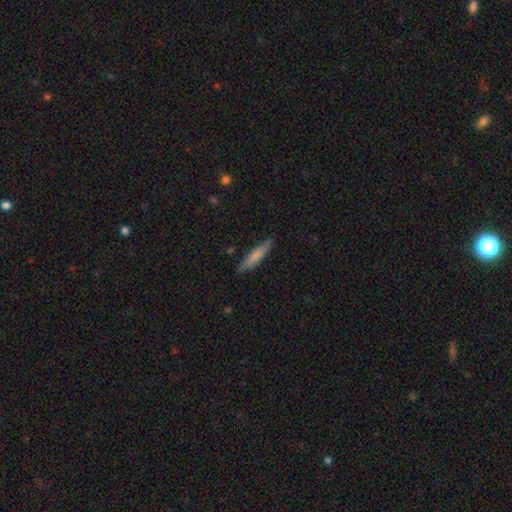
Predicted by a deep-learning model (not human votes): Smooth or featured?
  - smooth: 70% *
  - featured or disk: 24%
  - star or artifact: 6%
How rounded?
  - cigar-shaped: 88% *
  - in between: 10%
  - round: 1%
Merging?
  - none: 88% *
  - minor disturbance: 9%
  - major disturbance: 2%
  - merger: 1%